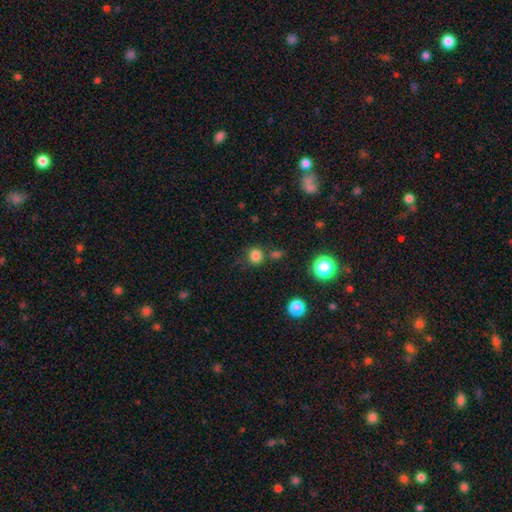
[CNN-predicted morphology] A smooth galaxy with no disk features (80%) that is round (89%).

Vote fractions:
- Smooth or featured? smooth: 80% / star or artifact: 15% / featured or disk: 5%
- How rounded? round: 89% / in between: 10% / cigar-shaped: 1%
- Merging? none: 76% / minor disturbance: 11% / merger: 9% / major disturbance: 4%